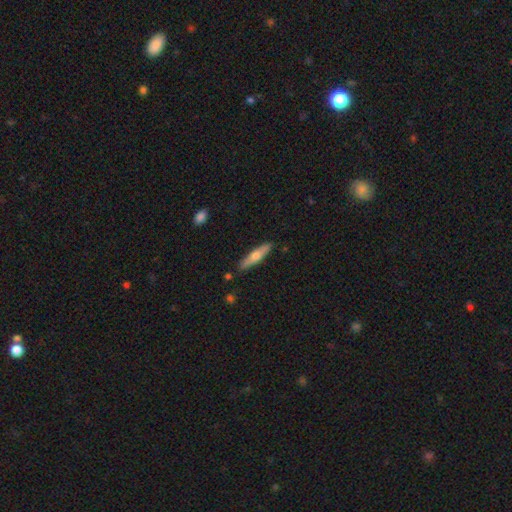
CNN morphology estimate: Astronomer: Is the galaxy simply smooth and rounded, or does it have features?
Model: smooth — 49% (runner-up: featured or disk, 46%).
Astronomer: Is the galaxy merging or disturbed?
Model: none — 88%.